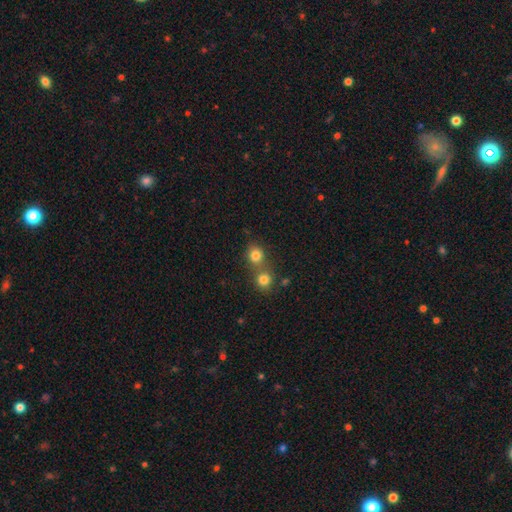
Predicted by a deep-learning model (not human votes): Smooth or featured? Predicted: smooth (p=0.80). How rounded? Predicted: round (p=0.80). Merging? Predicted: none (p=0.51).